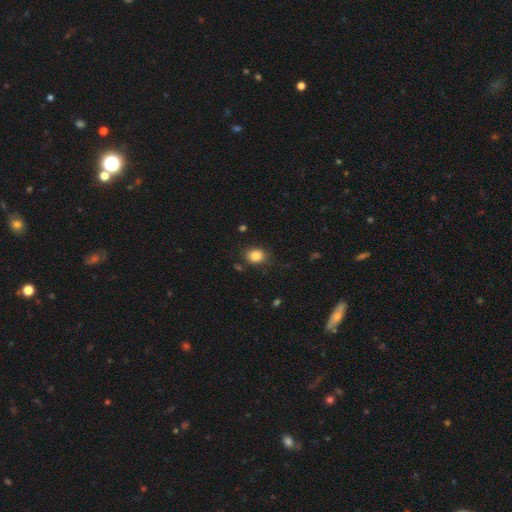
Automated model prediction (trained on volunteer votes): Smooth or featured?
  - smooth: 85% *
  - star or artifact: 10%
  - featured or disk: 5%
How rounded?
  - round: 54% *
  - in between: 45%
  - cigar-shaped: 1%
Merging?
  - none: 81% *
  - minor disturbance: 13%
  - major disturbance: 4%
  - merger: 2%